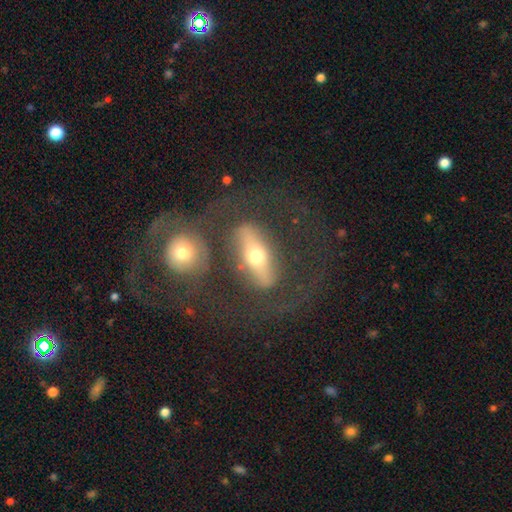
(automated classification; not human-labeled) Smooth or featured?
  - featured or disk: 60% *
  - smooth: 33%
  - star or artifact: 7%
Edge-on disk?
  - no: 70% *
  - yes: 30%
Merging?
  - none: 50% *
  - merger: 19%
  - major disturbance: 17%
  - minor disturbance: 13%